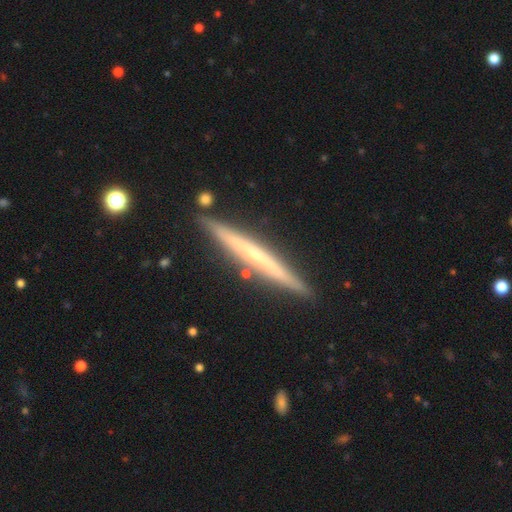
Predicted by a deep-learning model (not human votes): Q: Smooth or featured?
A: featured or disk (64%); runner-up: smooth (30%)
Q: Edge-on disk?
A: yes (97%); runner-up: no (3%)
Q: Edge-on bulge?
A: none (73%); runner-up: rounded (23%)
Q: Merging?
A: none (88%); runner-up: minor disturbance (8%)